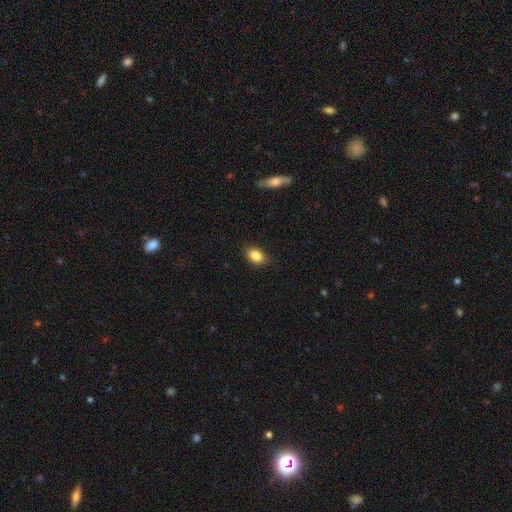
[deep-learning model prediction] smooth 85%, star or artifact 8%, featured or disk 6%. Down the decision tree: how rounded — in between (81%); merging — none (85%).